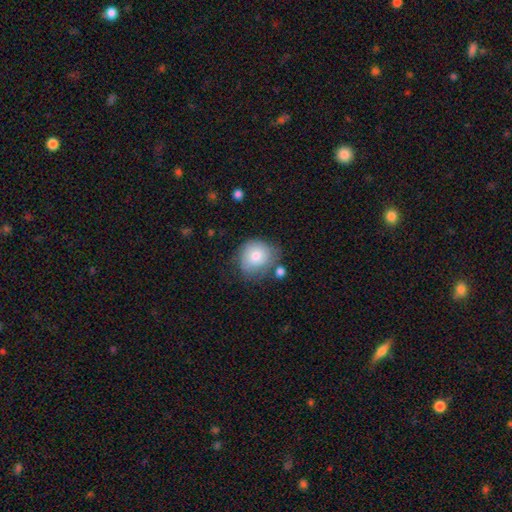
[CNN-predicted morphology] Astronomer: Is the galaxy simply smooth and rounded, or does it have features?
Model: smooth — 70%.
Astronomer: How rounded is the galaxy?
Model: round — 77%.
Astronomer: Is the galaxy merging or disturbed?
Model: none — 56%.